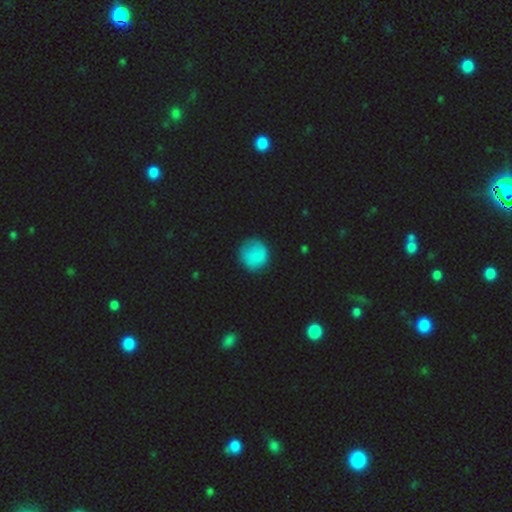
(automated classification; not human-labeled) smooth-or-featured: smooth: 81% | star or artifact: 10% | featured or disk: 9%
  how-rounded: round: 89% | in between: 10% | cigar-shaped: 1%
  merging: none: 75% | minor disturbance: 18% | major disturbance: 6% | merger: 1%